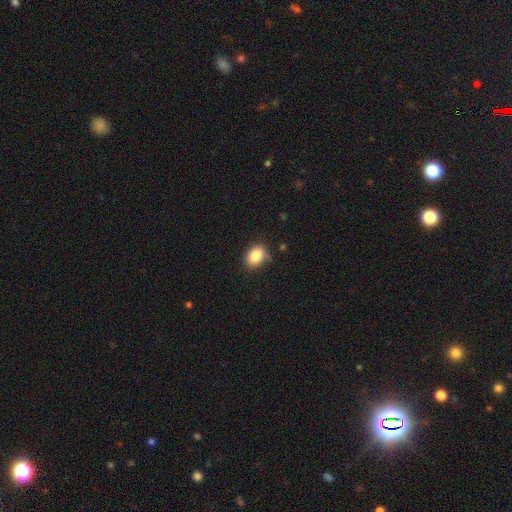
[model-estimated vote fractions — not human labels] Overall: smooth (86%). How rounded: in between (67%; round 32%). Merging: none (73%).